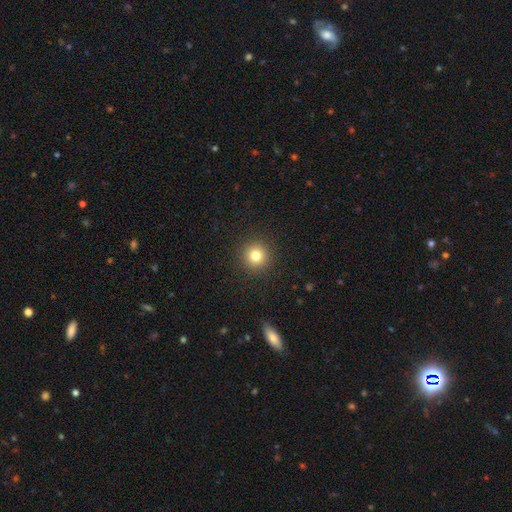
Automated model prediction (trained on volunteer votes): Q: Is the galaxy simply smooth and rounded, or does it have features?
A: smooth — 80%.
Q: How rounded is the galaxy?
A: round — 95%.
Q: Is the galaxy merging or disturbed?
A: none — 92%.